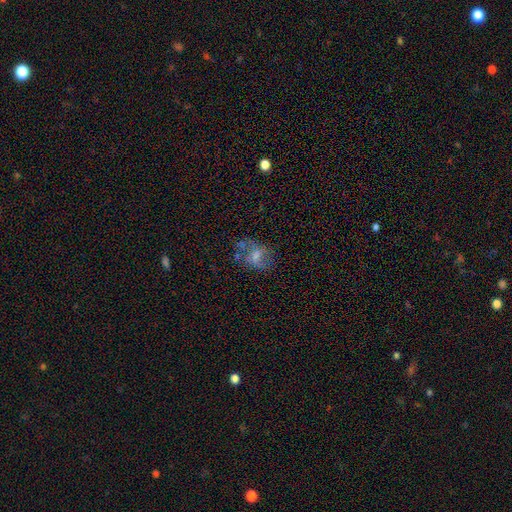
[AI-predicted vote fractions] Morphology: type=featured or disk (49%); merging=none (53%).